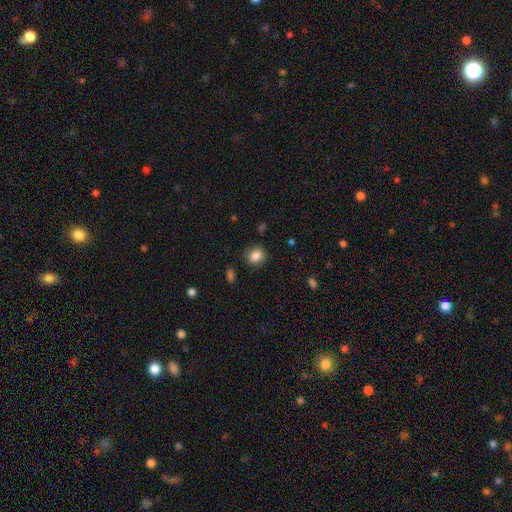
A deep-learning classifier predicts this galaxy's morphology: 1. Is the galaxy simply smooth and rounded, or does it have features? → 85% smooth, 9% star or artifact, 5% featured or disk.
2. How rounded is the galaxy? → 72% round, 27% in between, 1% cigar-shaped.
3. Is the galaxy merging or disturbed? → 85% none, 11% minor disturbance, 3% major disturbance, 1% merger.